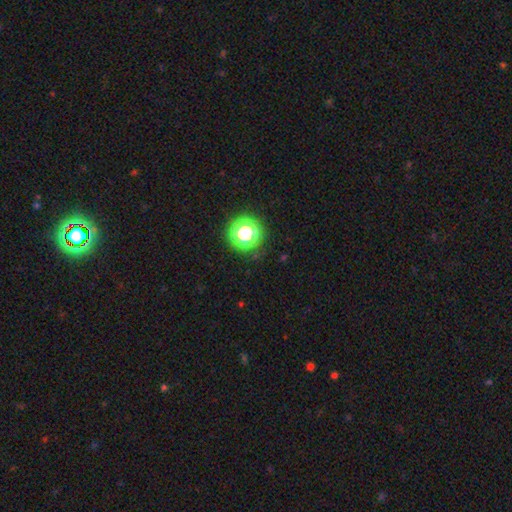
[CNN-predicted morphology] Overall: star or artifact (75%).